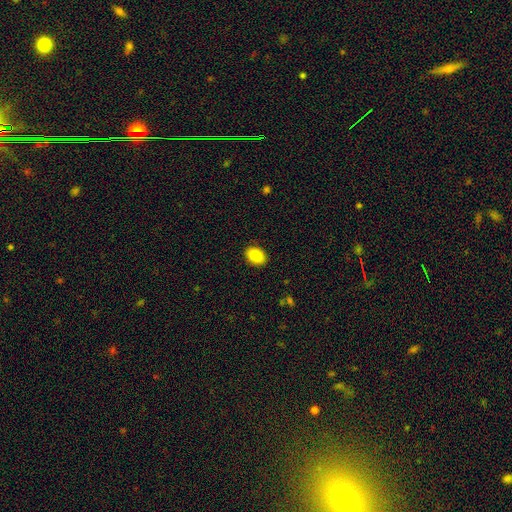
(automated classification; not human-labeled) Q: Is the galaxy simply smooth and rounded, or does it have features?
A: smooth — 85%.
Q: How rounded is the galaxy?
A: in between — 76%.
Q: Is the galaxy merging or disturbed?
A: none — 90%.